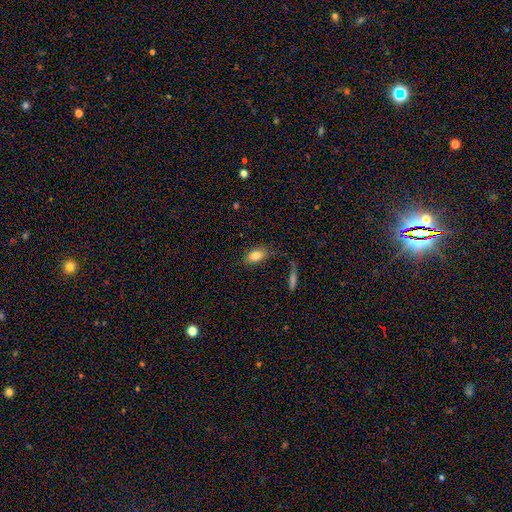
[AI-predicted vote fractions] A smooth galaxy with no disk features (79%) that is in between round and cigar-shaped (88%). Merging: none (73%).